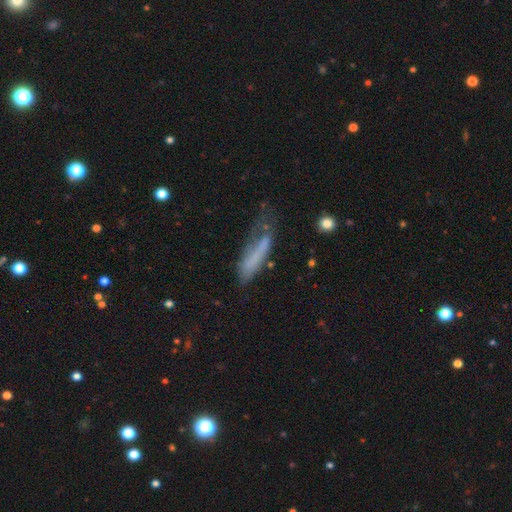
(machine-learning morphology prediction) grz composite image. It shows a smooth galaxy with no disk features (57%) that is cigar-shaped (70%). Merging: major disturbance (37%).